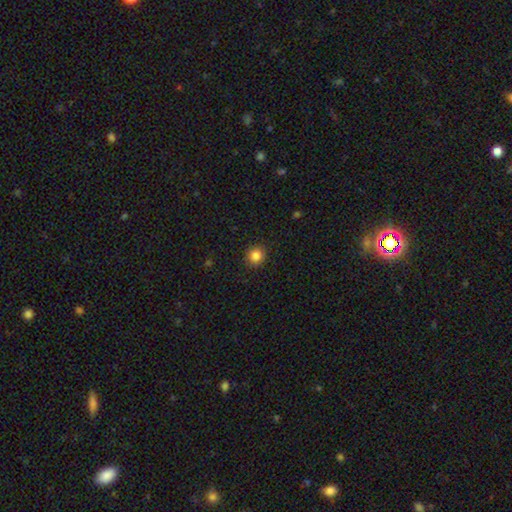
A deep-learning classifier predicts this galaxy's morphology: Smooth or featured? smooth (85%)
How rounded? round (87%)
Merging? none (90%)